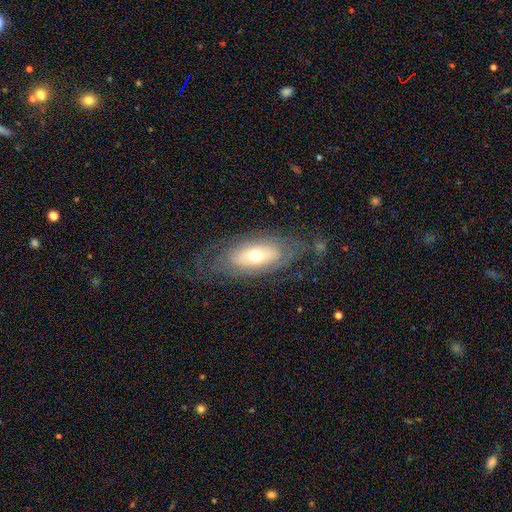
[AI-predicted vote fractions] A featured or disk galaxy (60%) with no bar (78%), spiral arms (51%) and a moderate central bulge (66%).

Vote fractions:
- Smooth or featured? featured or disk: 60% / smooth: 33% / star or artifact: 7%
- Edge-on disk? no: 84% / yes: 16%
- Bar? no: 78% / weak: 15% / strong: 7%
- Spiral arms? yes: 51% / no: 49%
- Bulge size? moderate: 66% / small: 22% / large: 10% / dominant: 2% / none: 1%
- Merging? none: 69% / minor disturbance: 18% / major disturbance: 12% / merger: 2%